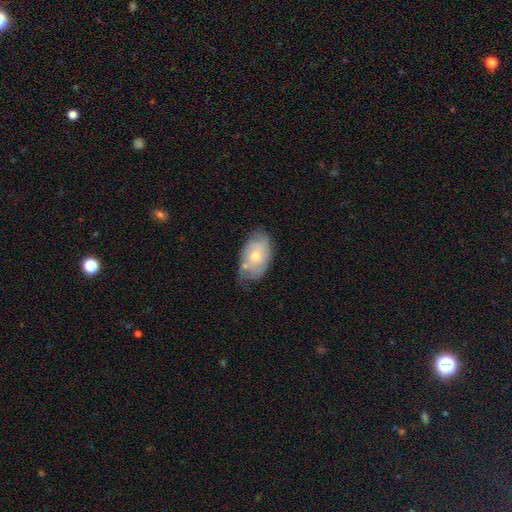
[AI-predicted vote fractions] smooth-or-featured: smooth: 51% | featured or disk: 42% | star or artifact: 7%
  how-rounded: in between: 90% | round: 9% | cigar-shaped: 2%
  merging: none: 57% | minor disturbance: 31% | major disturbance: 8% | merger: 5%